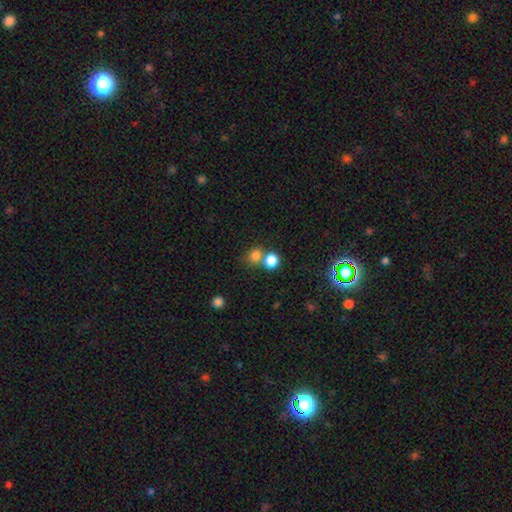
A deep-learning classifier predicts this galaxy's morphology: This is likely a smooth galaxy (79%). How rounded: likely round (77%). Merging: possibly none (52%).